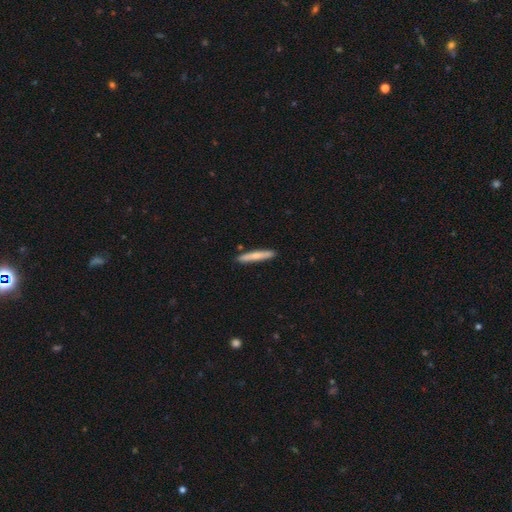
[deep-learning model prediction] Q: Smooth or featured?
A: smooth (69%); runner-up: featured or disk (26%)
Q: How rounded?
A: cigar-shaped (93%); runner-up: in between (5%)
Q: Merging?
A: none (88%); runner-up: minor disturbance (9%)